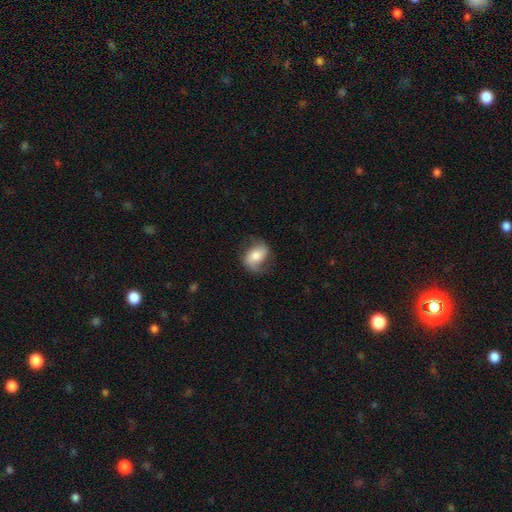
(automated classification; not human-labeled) Smooth or featured: featured or disk — 54% (smooth — 39%)
Edge-on disk: no — 96% (yes — 4%)
Bar: no — 52% (weak — 33%)
Spiral arms: yes — 88% (no — 12%)
Bulge size: moderate — 56% (small — 20%)
Merging: none — 68% (minor disturbance — 21%)